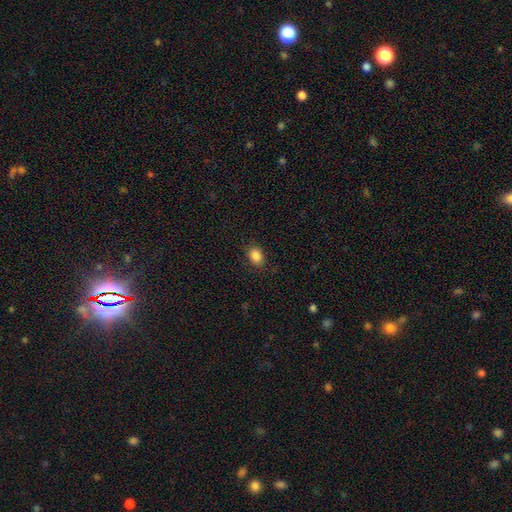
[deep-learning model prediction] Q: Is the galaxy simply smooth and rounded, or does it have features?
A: smooth — 87%.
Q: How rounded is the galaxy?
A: in between — 72%.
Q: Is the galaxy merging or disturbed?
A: none — 85%.